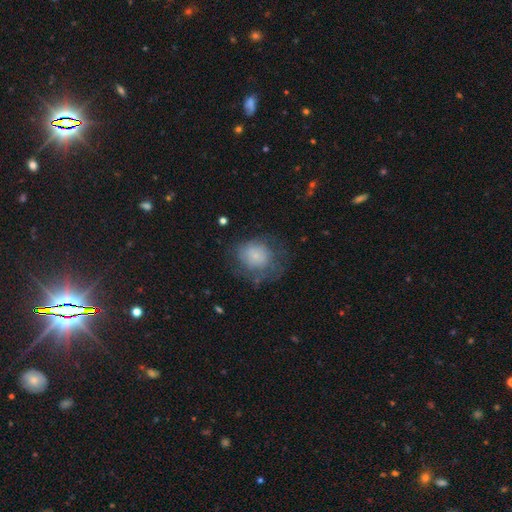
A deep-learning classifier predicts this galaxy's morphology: smooth 67%, featured or disk 23%, star or artifact 10%. Down the decision tree: how rounded — round (75%); merging — none (52%).